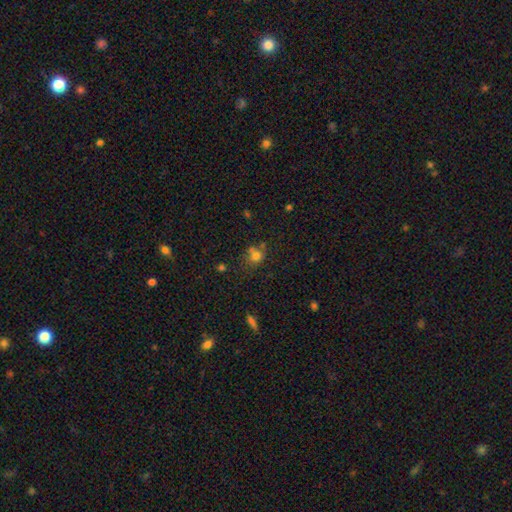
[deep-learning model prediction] Smooth or featured? smooth (73%)
How rounded? round (78%)
Merging? none (53%)